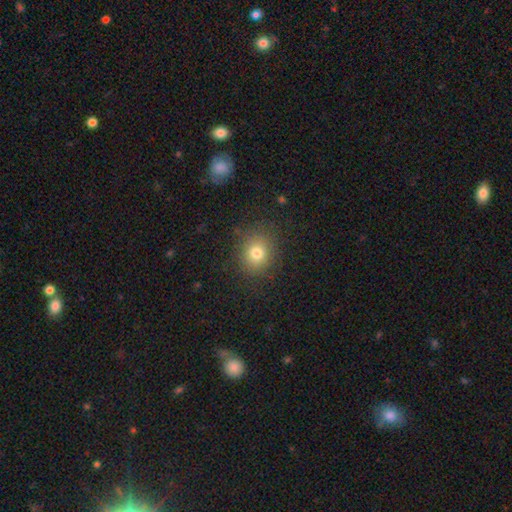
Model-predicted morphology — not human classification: A smooth galaxy with no disk features (78%) that is round (73%). Merging: none (87%).